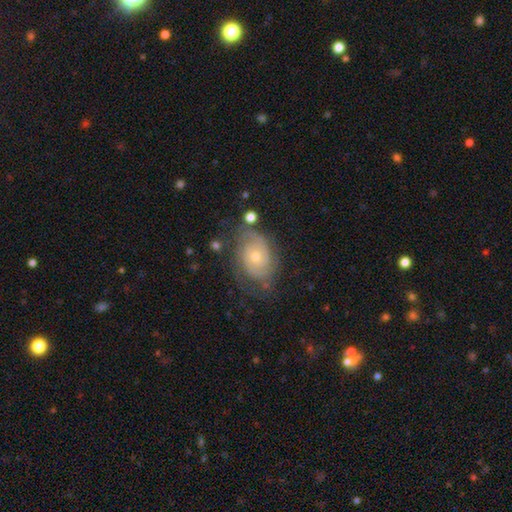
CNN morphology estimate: The model was most divided on "spiral arm count": 2: 43%, can't tell: 34%, 3: 11%, 1: 6%, 4: 4%, more than 4: 3%. More confident: edge-on disk — no (96%); spiral arms — yes (87%); bar — no (81%); smooth or featured — featured or disk (73%); merging — none (64%); spiral winding — tight (60%); bulge size — small (55%).